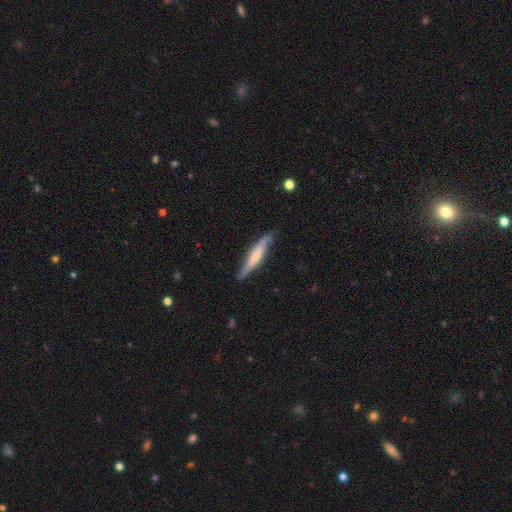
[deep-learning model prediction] A featured or disk galaxy (55%) viewed edge-on (83%). Merging: none (77%).